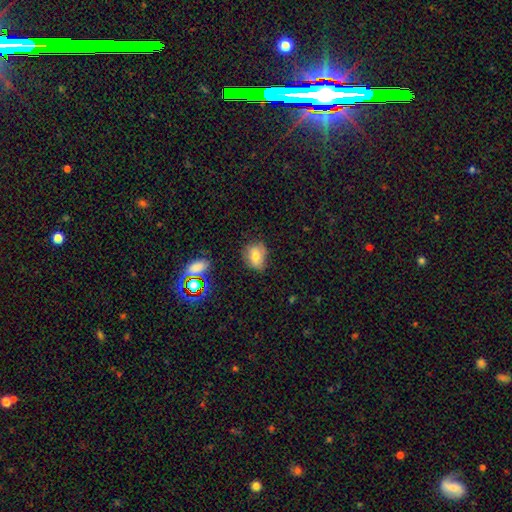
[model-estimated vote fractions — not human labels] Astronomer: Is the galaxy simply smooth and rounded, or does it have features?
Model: smooth — 73%.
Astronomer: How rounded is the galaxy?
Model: in between — 63%.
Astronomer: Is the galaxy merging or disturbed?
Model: none — 65%.